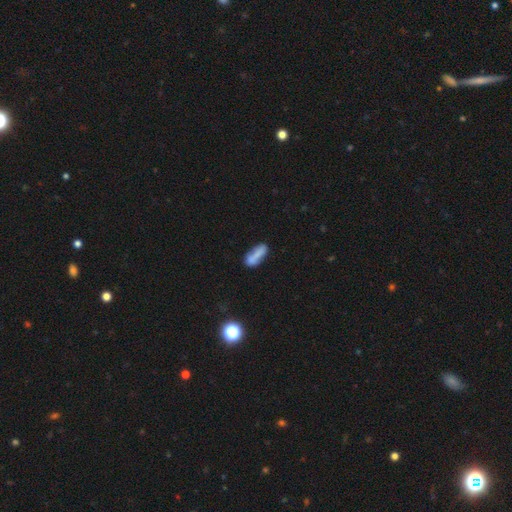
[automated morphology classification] The model was most divided on "merging": none: 46%, merger: 24%, minor disturbance: 22%, major disturbance: 9%. More confident: smooth or featured — smooth (71%); how rounded — in between (61%).